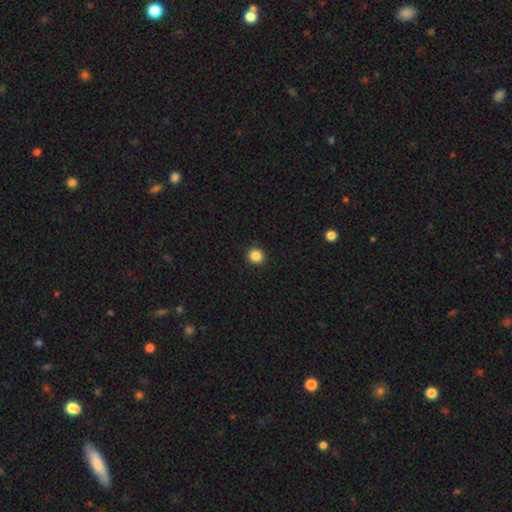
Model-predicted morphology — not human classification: smooth 86%, star or artifact 11%, featured or disk 3%. Down the decision tree: how rounded — round (88%); merging — none (92%).